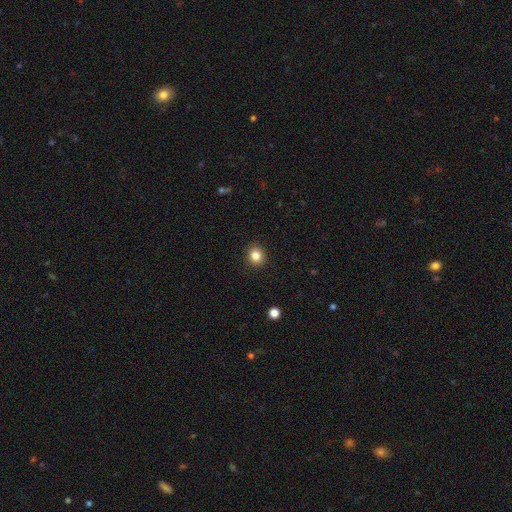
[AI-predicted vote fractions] Smooth or featured: smooth — 84% (star or artifact — 11%)
How rounded: round — 87% (in between — 12%)
Merging: none — 91% (minor disturbance — 6%)